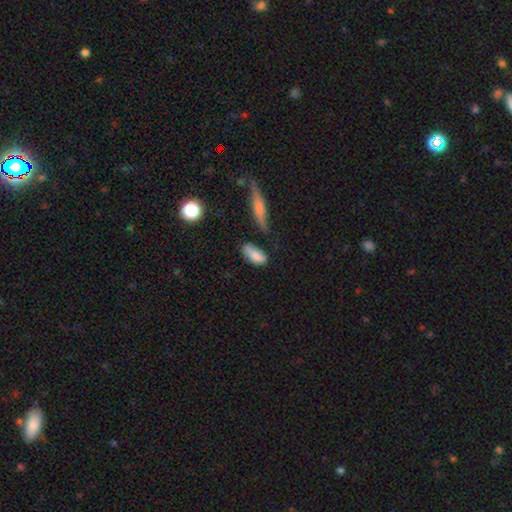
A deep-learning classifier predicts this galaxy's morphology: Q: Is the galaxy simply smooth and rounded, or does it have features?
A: smooth — 82%.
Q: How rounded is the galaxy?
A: in between — 86%.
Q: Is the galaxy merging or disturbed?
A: none — 59%.